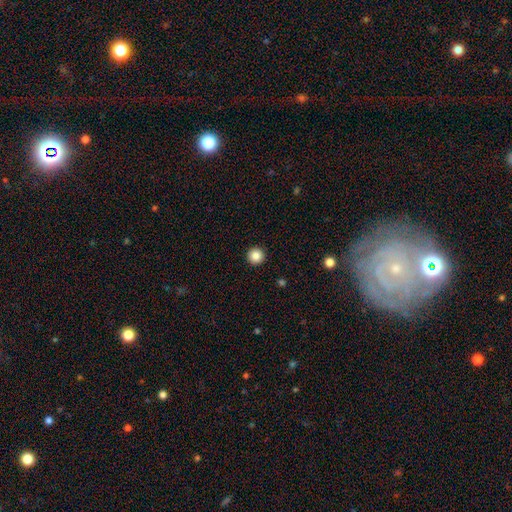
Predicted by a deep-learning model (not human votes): Smooth or featured?
  - smooth: 86% *
  - star or artifact: 10%
  - featured or disk: 5%
How rounded?
  - round: 97% *
  - in between: 2%
  - cigar-shaped: 1%
Merging?
  - none: 94% *
  - minor disturbance: 4%
  - major disturbance: 1%
  - merger: 1%